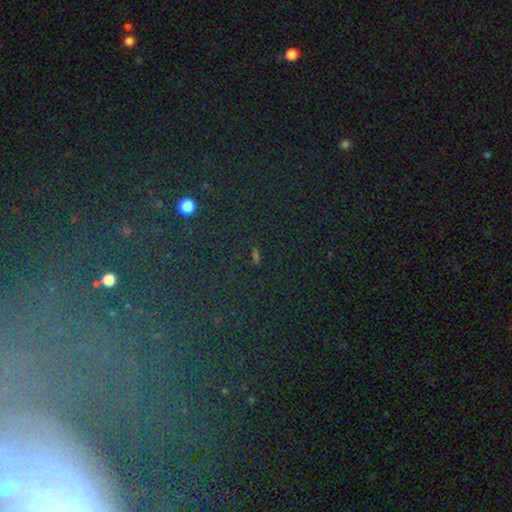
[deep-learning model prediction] Smooth or featured: star or artifact — 63% (smooth — 26%)